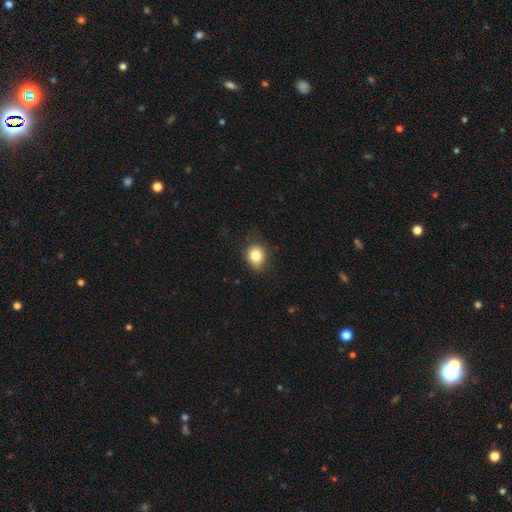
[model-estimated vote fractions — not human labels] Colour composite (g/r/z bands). It shows a smooth galaxy with no disk features (82%) that is round (60%). Merging: none (71%).